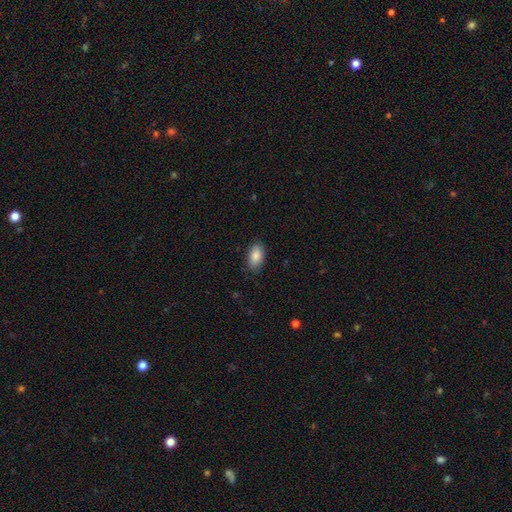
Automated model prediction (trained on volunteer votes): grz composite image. It shows a smooth galaxy with no disk features (87%) that is in between round and cigar-shaped (94%). Merging: none (86%).